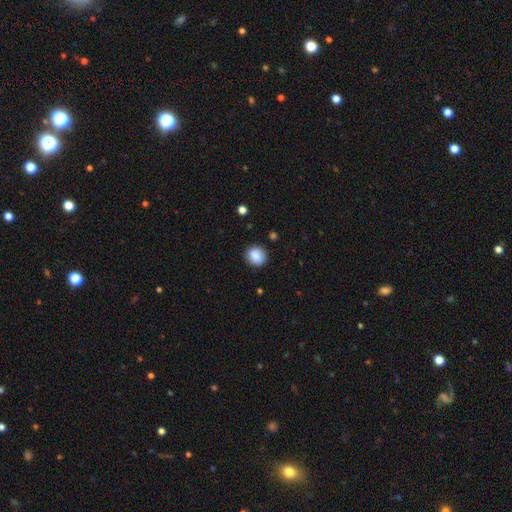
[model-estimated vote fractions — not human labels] Overall: smooth (86%). How rounded: round (81%). Merging: none (86%).